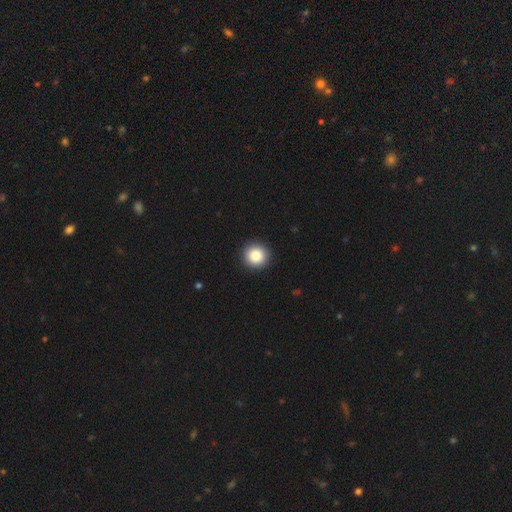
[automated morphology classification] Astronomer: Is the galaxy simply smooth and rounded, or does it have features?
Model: smooth — 88%.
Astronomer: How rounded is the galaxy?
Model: round — 95%.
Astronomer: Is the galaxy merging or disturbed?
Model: none — 93%.